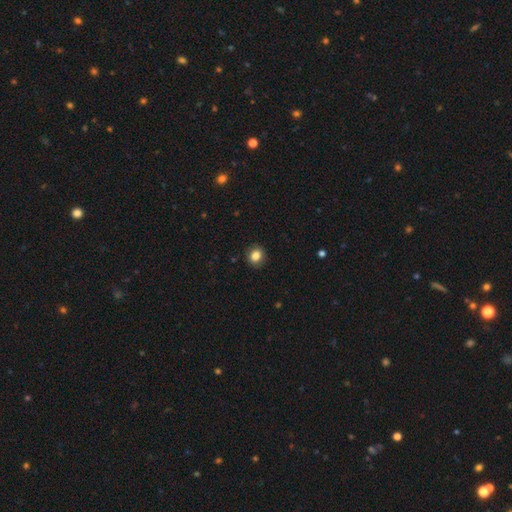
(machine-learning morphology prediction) type=smooth (85%); roundness=round (73%); merging=none (89%).